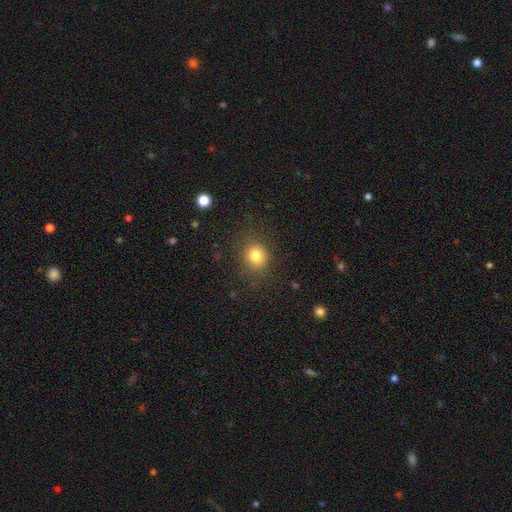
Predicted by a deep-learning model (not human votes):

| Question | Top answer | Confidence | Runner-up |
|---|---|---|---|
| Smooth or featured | smooth | 81% | star or artifact (12%) |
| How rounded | round | 79% | in between (21%) |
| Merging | none | 85% | minor disturbance (10%) |